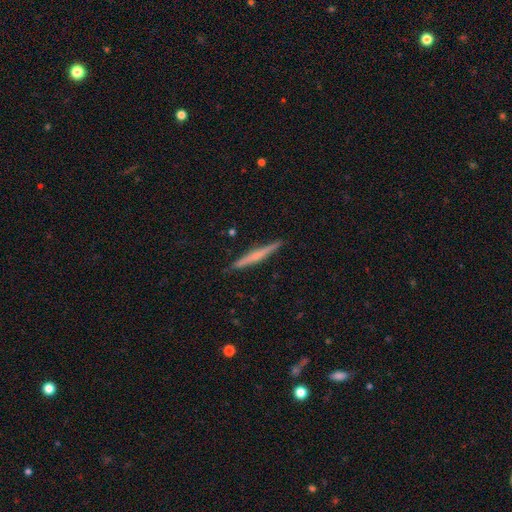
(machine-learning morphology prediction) Smooth or featured?
  - featured or disk: 56% *
  - smooth: 38%
  - star or artifact: 6%
Edge-on disk?
  - yes: 98% *
  - no: 2%
Edge-on bulge?
  - none: 48% *
  - rounded: 41%
  - boxy: 11%
Merging?
  - none: 91% *
  - minor disturbance: 7%
  - major disturbance: 1%
  - merger: 1%